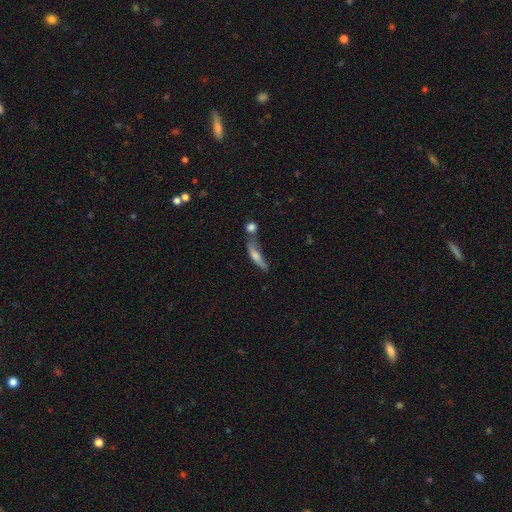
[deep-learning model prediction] This appears to be a smooth galaxy with no disk features (55%) that is cigar-shaped (76%). Merging: none (44%).